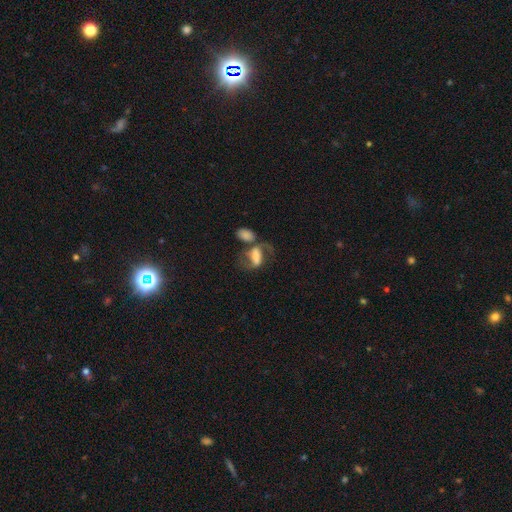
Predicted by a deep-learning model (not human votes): A featured or disk galaxy (48%). Merging: merger (41%).